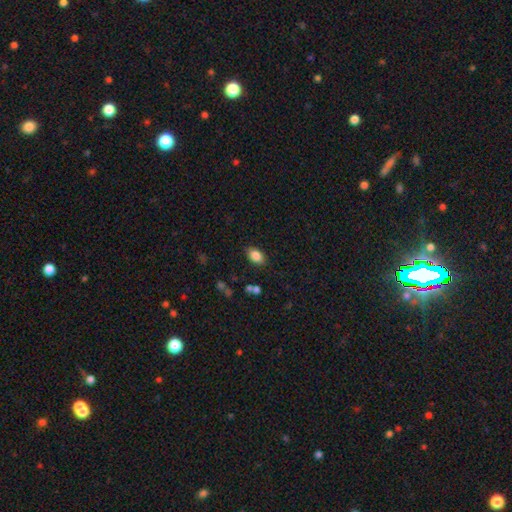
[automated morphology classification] Q: Smooth or featured?
A: smooth (86%); runner-up: star or artifact (9%)
Q: How rounded?
A: in between (88%); runner-up: round (10%)
Q: Merging?
A: none (85%); runner-up: minor disturbance (11%)